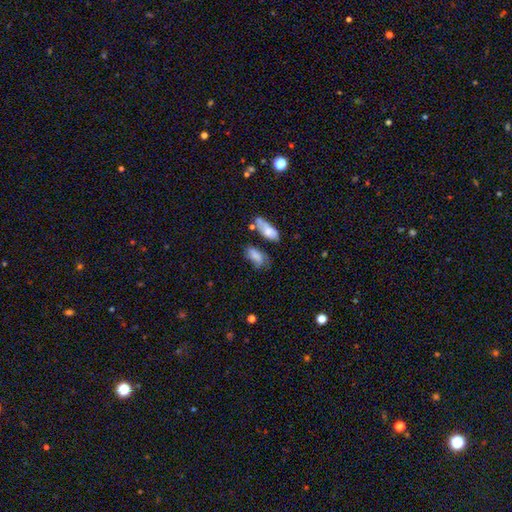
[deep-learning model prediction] smooth 73%, featured or disk 18%, star or artifact 9%. Down the decision tree: how rounded — in between (81%); merging — none (43%).